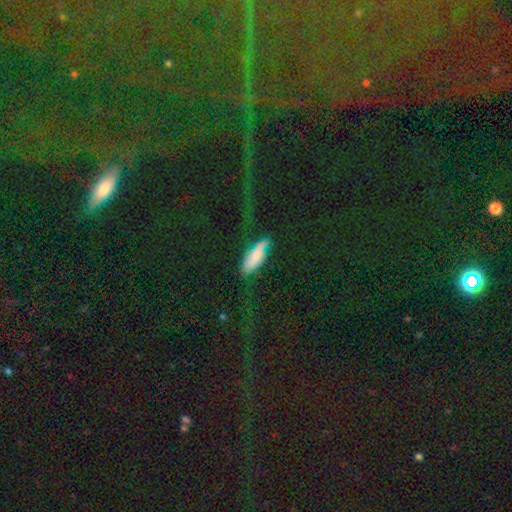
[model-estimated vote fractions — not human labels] smooth 63%, featured or disk 23%, star or artifact 13%. Down the decision tree: how rounded — in between (61%); merging — none (40%).